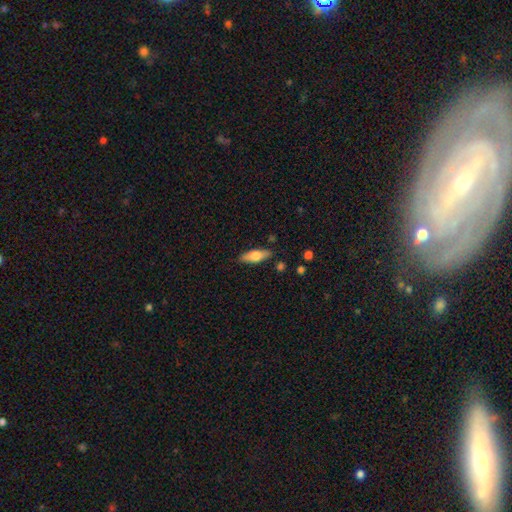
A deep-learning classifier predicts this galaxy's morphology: smooth-or-featured: smooth: 62% | featured or disk: 32% | star or artifact: 6%
  how-rounded: in between: 60% | cigar-shaped: 38% | round: 3%
  merging: none: 86% | minor disturbance: 10% | major disturbance: 2% | merger: 2%